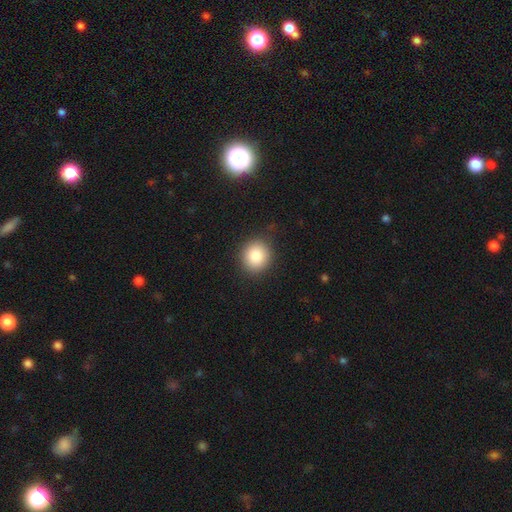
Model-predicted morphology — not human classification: Overall: smooth (85%). How rounded: round (85%). Merging: none (87%).